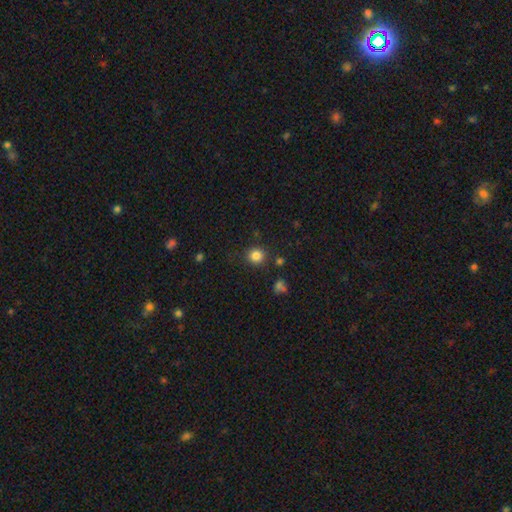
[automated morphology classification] Overall: smooth (83%). How rounded: round (91%). Merging: none (87%).